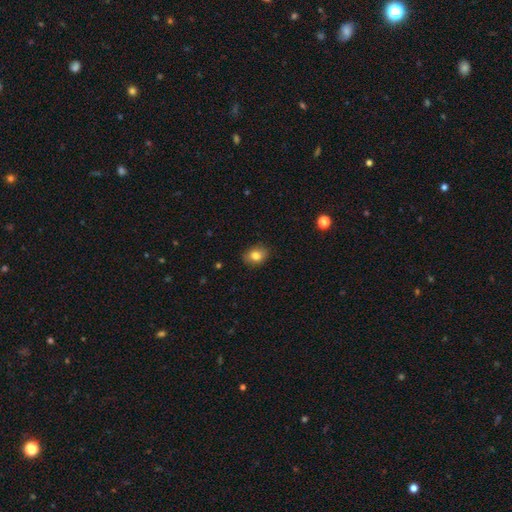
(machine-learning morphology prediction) Smooth or featured?
  - smooth: 81% *
  - star or artifact: 10%
  - featured or disk: 9%
How rounded?
  - in between: 62% *
  - round: 37%
  - cigar-shaped: 1%
Merging?
  - none: 86% *
  - minor disturbance: 11%
  - major disturbance: 2%
  - merger: 1%